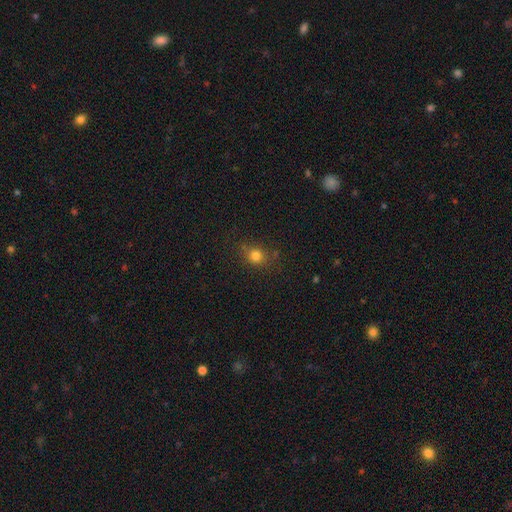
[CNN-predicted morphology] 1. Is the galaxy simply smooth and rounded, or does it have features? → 78% smooth, 15% star or artifact, 7% featured or disk.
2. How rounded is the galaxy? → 79% round, 20% in between, 1% cigar-shaped.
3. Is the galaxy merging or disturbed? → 80% none, 13% minor disturbance, 4% major disturbance, 3% merger.